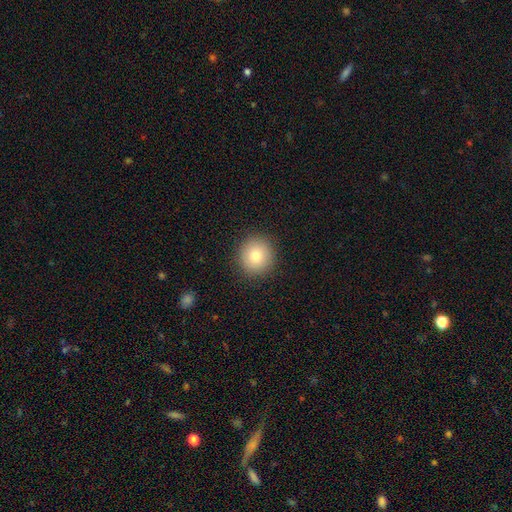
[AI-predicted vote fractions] Smooth or featured? Predicted: smooth (p=0.80). How rounded? Predicted: round (p=0.93). Merging? Predicted: none (p=0.91).